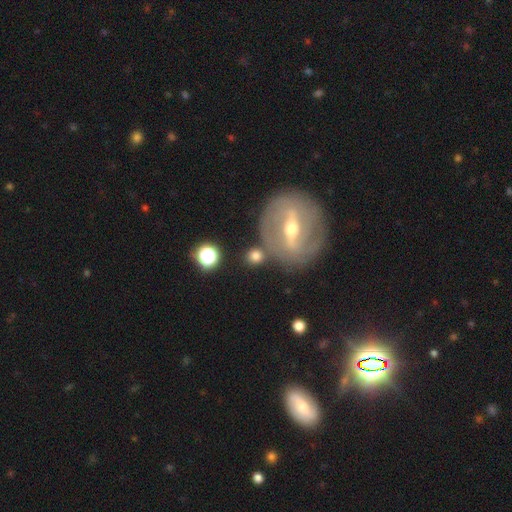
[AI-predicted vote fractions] A smooth galaxy with no disk features (66%) that is round (83%).

Vote fractions:
- Smooth or featured? smooth: 66% / featured or disk: 24% / star or artifact: 10%
- How rounded? round: 83% / in between: 15% / cigar-shaped: 3%
- Merging? none: 74% / merger: 11% / minor disturbance: 10% / major disturbance: 4%